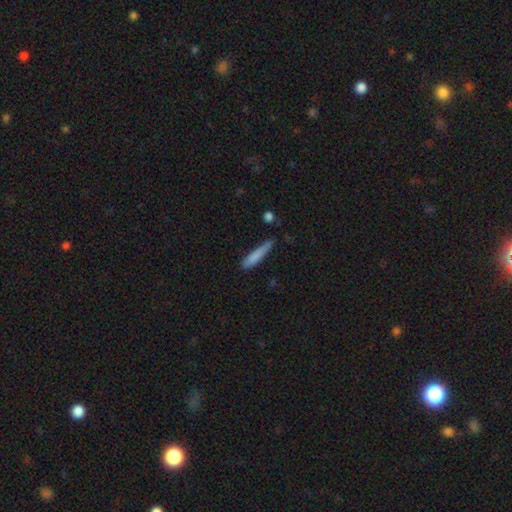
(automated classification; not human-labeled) Smooth or featured? smooth (80%)
How rounded? cigar-shaped (90%)
Merging? none (64%)